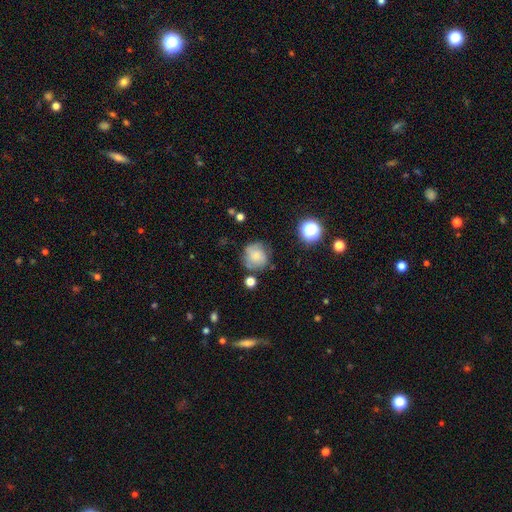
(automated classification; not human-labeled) Q: Smooth or featured?
A: smooth (64%); runner-up: featured or disk (25%)
Q: How rounded?
A: round (87%); runner-up: in between (12%)
Q: Merging?
A: none (64%); runner-up: minor disturbance (22%)